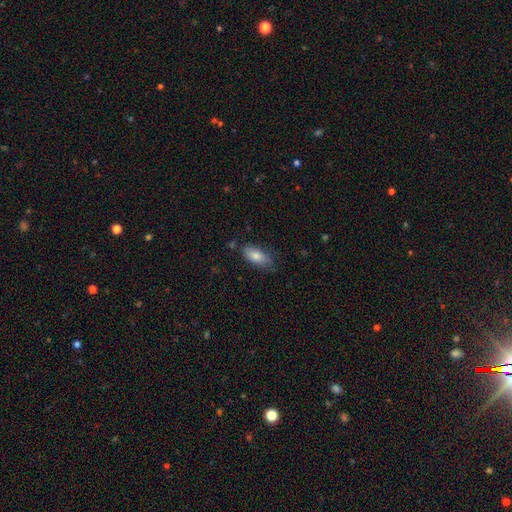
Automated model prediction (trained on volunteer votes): Smooth or featured? Predicted: smooth (p=0.80). How rounded? Predicted: in between (p=0.87). Merging? Predicted: none (p=0.71).